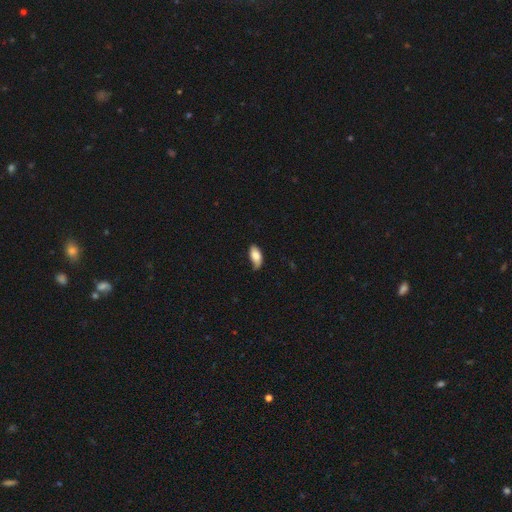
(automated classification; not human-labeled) This appears to be a smooth galaxy with no disk features (80%) that is in between round and cigar-shaped (91%). Merging: none (54%).